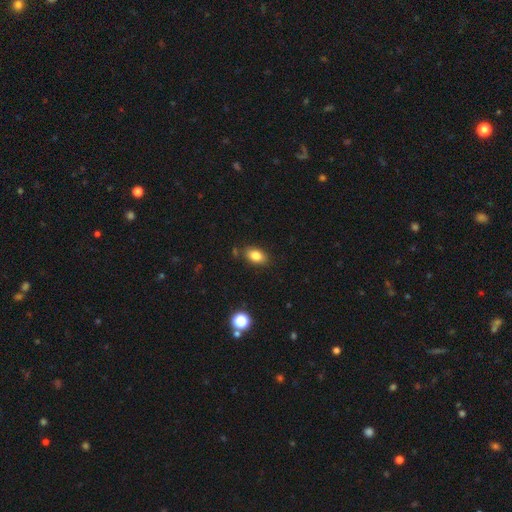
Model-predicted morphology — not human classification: A smooth galaxy with no disk features (82%) that is in between round and cigar-shaped (87%). Merging: none (82%).